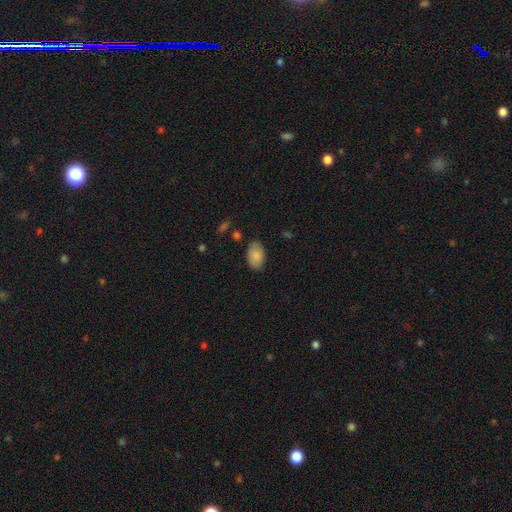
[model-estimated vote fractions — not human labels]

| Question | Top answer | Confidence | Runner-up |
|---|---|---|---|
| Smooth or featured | smooth | 88% | star or artifact (7%) |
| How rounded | in between | 92% | round (7%) |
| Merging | none | 82% | minor disturbance (13%) |